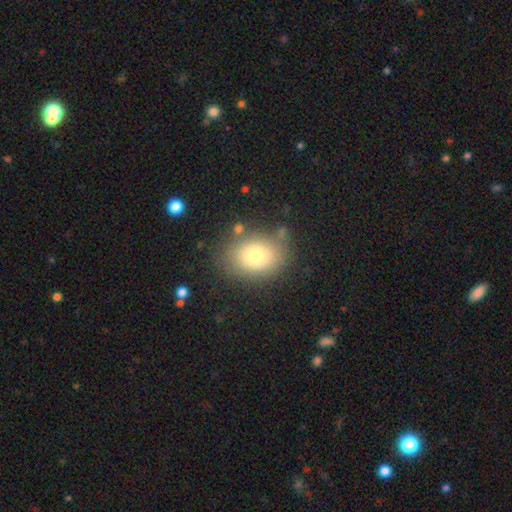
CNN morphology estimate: Smooth or featured? smooth (68%)
How rounded? in between (54%)
Merging? none (74%)